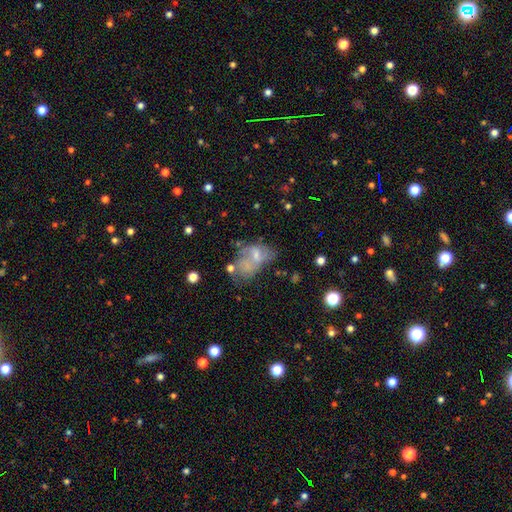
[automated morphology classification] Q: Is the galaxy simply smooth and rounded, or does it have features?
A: featured or disk — 49%.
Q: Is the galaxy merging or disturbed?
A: merger — 29%.